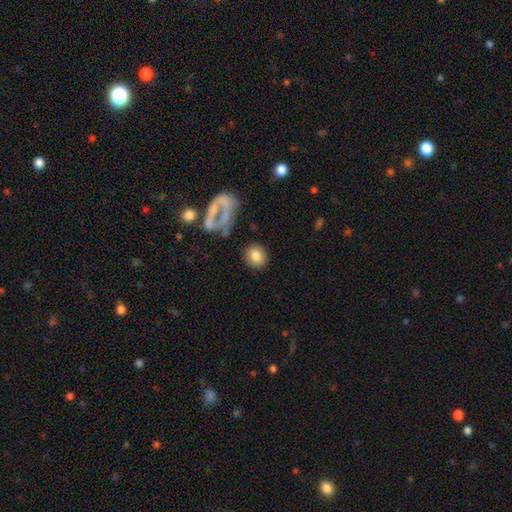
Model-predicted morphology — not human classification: Q: Smooth or featured?
A: smooth (80%); runner-up: featured or disk (11%)
Q: How rounded?
A: round (70%); runner-up: in between (29%)
Q: Merging?
A: none (84%); runner-up: minor disturbance (9%)